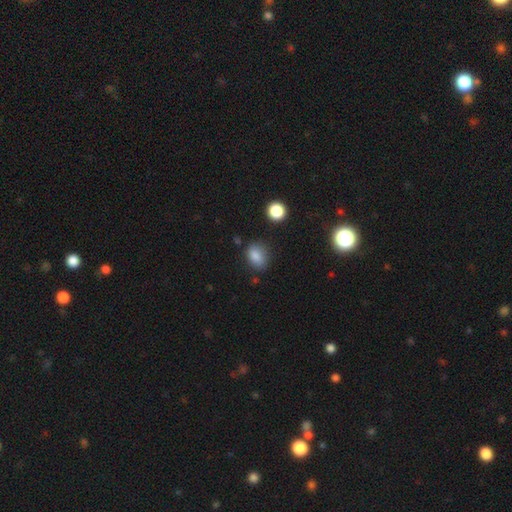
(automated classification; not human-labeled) Overall: smooth (84%). How rounded: in between (70%). Merging: none (70%).